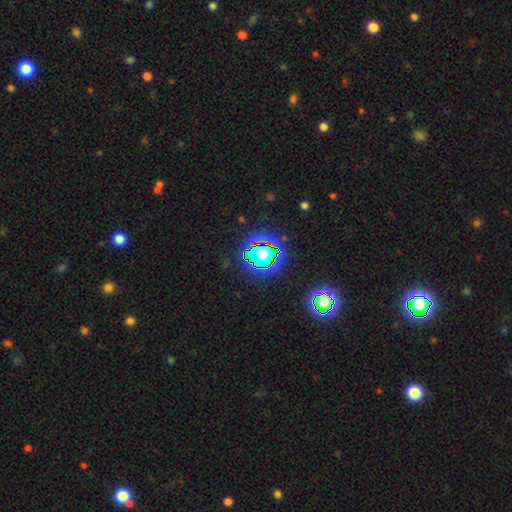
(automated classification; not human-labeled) A star or artifact, not a galaxy (75%).

Vote fractions:
- Smooth or featured? star or artifact: 75% / smooth: 16% / featured or disk: 9%